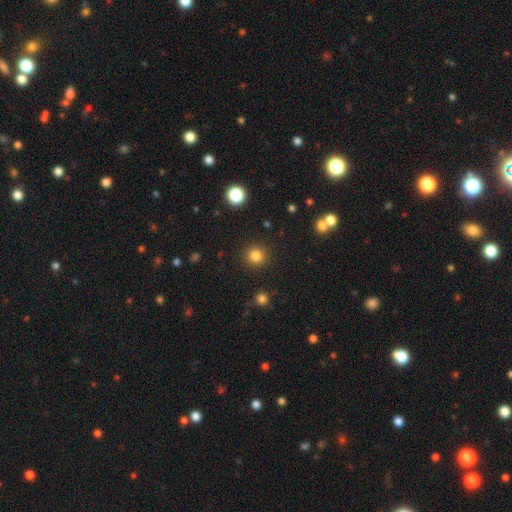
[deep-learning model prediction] Smooth or featured? Predicted: smooth (p=0.82). How rounded? Predicted: round (p=0.93). Merging? Predicted: none (p=0.90).